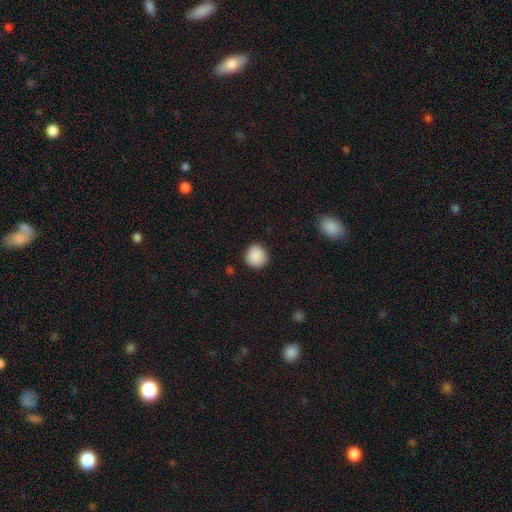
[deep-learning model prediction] Smooth or featured: smooth — 89% (star or artifact — 8%)
How rounded: round — 90% (in between — 9%)
Merging: none — 88% (minor disturbance — 9%)